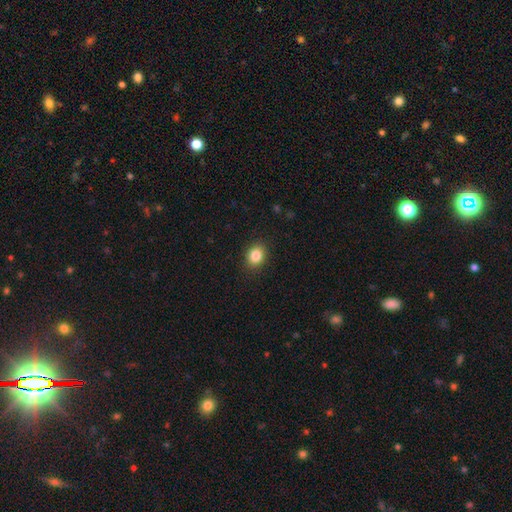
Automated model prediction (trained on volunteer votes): smooth-or-featured: smooth: 85% | star or artifact: 10% | featured or disk: 5%
  how-rounded: in between: 53% | round: 46% | cigar-shaped: 1%
  merging: none: 89% | minor disturbance: 8% | major disturbance: 2% | merger: 1%